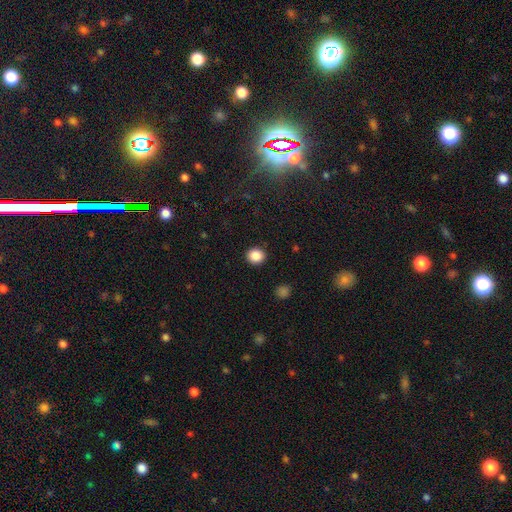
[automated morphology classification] smooth 87%, star or artifact 10%, featured or disk 3%. Down the decision tree: how rounded — round (85%); merging — none (91%).